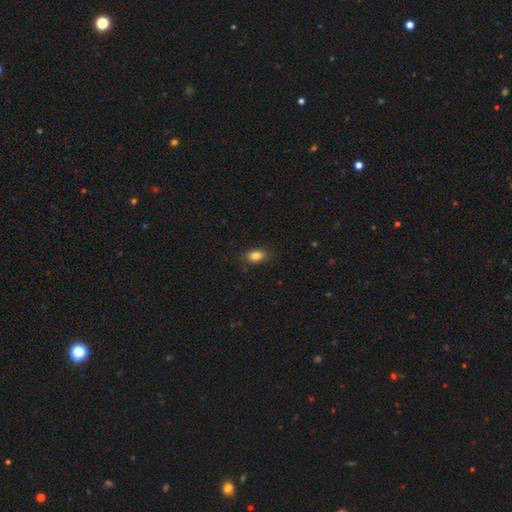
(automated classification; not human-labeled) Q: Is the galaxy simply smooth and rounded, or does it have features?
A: smooth — 85%.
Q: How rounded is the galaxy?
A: in between — 85%.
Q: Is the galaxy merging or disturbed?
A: none — 87%.